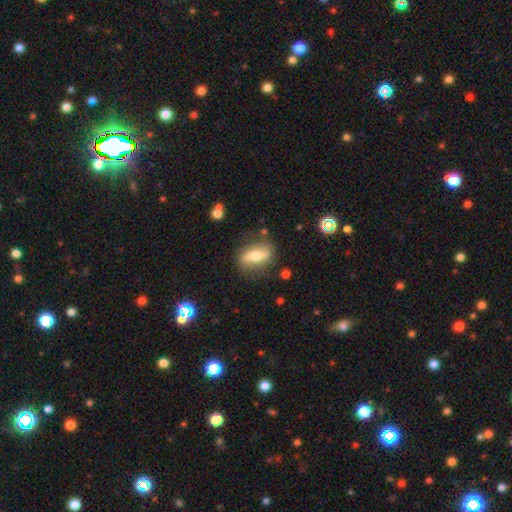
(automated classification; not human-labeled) Q: Smooth or featured?
A: featured or disk (50%); runner-up: smooth (43%)
Q: Merging?
A: none (78%); runner-up: minor disturbance (15%)